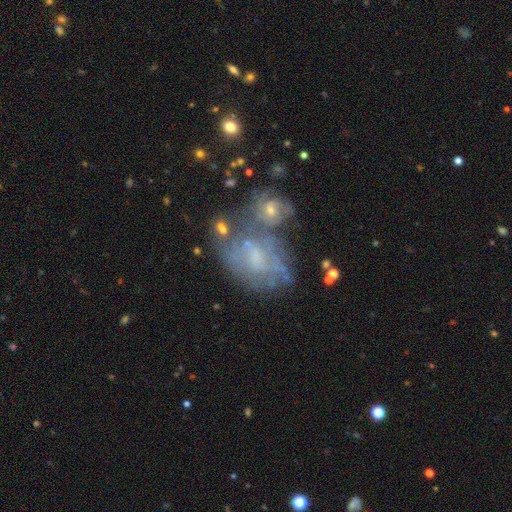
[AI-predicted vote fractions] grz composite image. It shows a featured or disk galaxy (61%) with no bar (50%), spiral arms (54%) and a small central bulge (39%). Merging: none (35%).